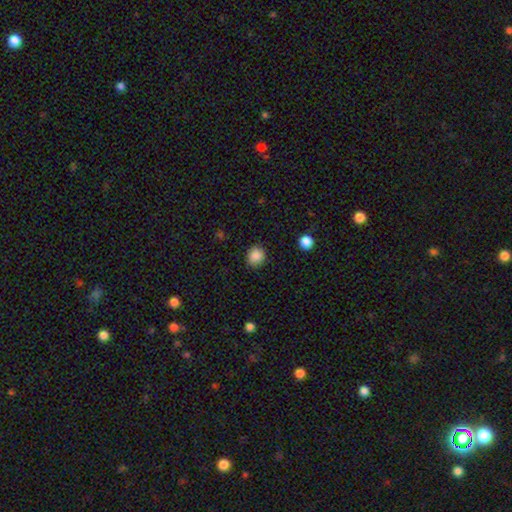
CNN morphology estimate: Overall: smooth (87%). How rounded: round (82%). Merging: none (87%).